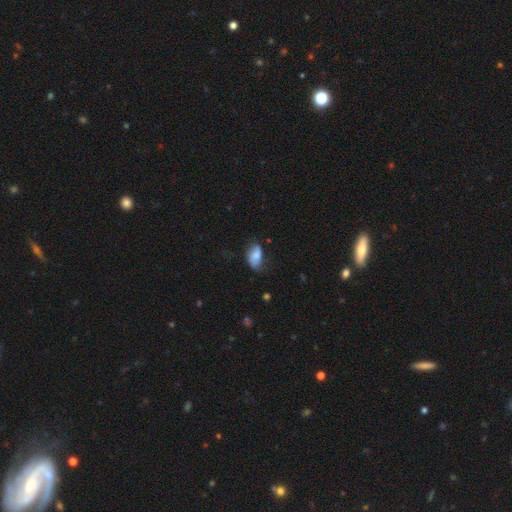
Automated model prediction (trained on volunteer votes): A smooth galaxy with no disk features (67%) that is in between round and cigar-shaped (91%).

Vote fractions:
- Smooth or featured? smooth: 67% / featured or disk: 25% / star or artifact: 8%
- How rounded? in between: 91% / round: 7% / cigar-shaped: 3%
- Merging? none: 52% / minor disturbance: 32% / major disturbance: 13% / merger: 2%